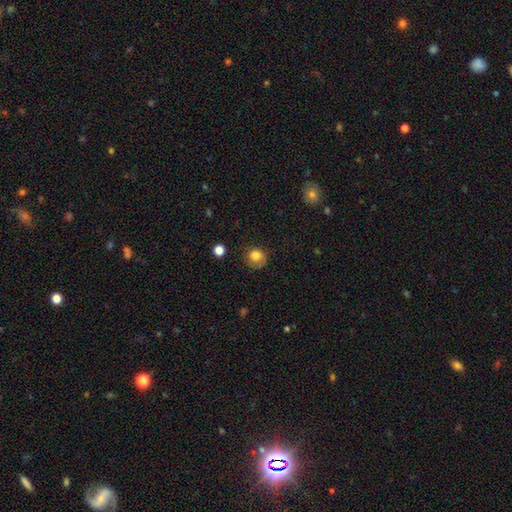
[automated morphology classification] This is clearly a smooth galaxy (80%). How rounded: clearly round (85%). Merging: likely none (71%).